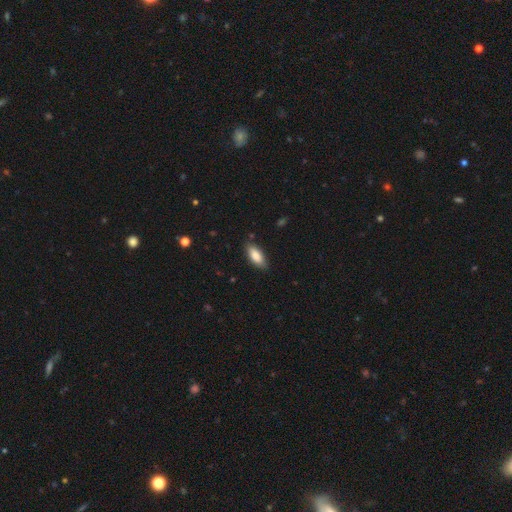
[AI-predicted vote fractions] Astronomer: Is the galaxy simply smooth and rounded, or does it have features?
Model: smooth — 85%.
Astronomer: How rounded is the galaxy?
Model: in between — 81%.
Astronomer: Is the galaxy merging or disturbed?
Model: none — 83%.